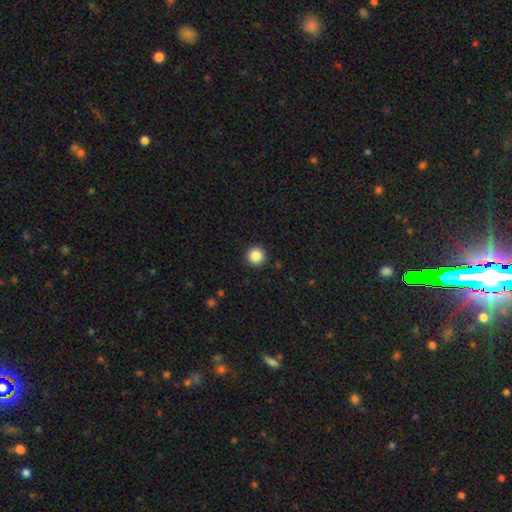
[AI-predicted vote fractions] smooth_or_featured: smooth (p=0.86) [alt: star or artifact p=0.10]
how_rounded: round (p=0.96) [alt: in between p=0.03]
merging: none (p=0.93) [alt: minor disturbance p=0.05]